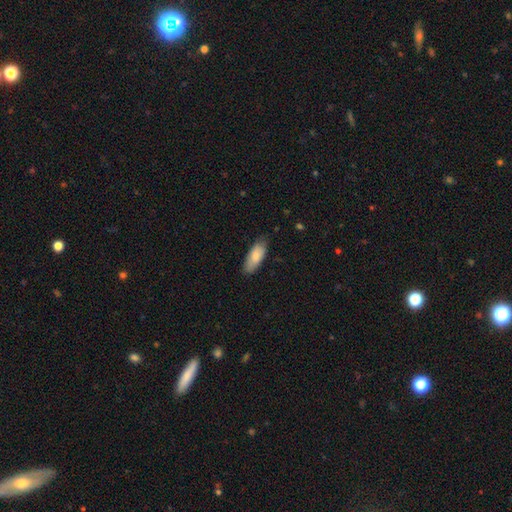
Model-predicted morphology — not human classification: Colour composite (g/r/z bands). It shows a smooth galaxy with no disk features (82%) that is in between round and cigar-shaped (78%). Merging: none (76%).